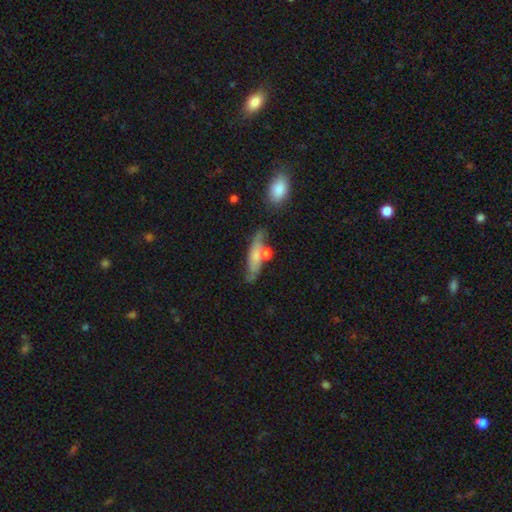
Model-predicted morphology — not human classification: A smooth galaxy with no disk features (55%) that is cigar-shaped (56%).

Vote fractions:
- Smooth or featured? smooth: 55% / featured or disk: 37% / star or artifact: 8%
- How rounded? cigar-shaped: 56% / in between: 39% / round: 5%
- Merging? none: 54% / minor disturbance: 22% / merger: 16% / major disturbance: 8%